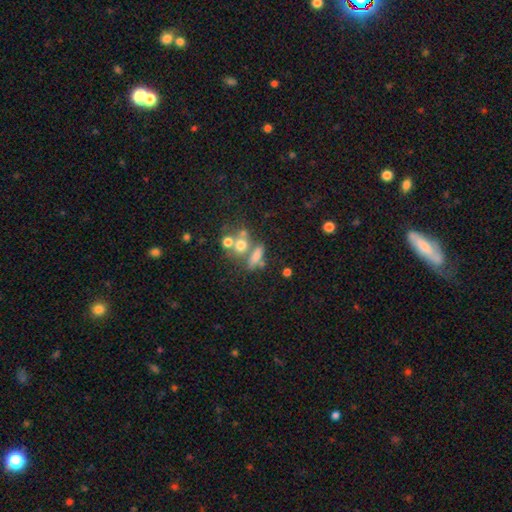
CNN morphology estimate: smooth-or-featured: smooth: 47% | featured or disk: 32% | star or artifact: 21%
  merging: none: 41% | merger: 37% | minor disturbance: 12% | major disturbance: 10%